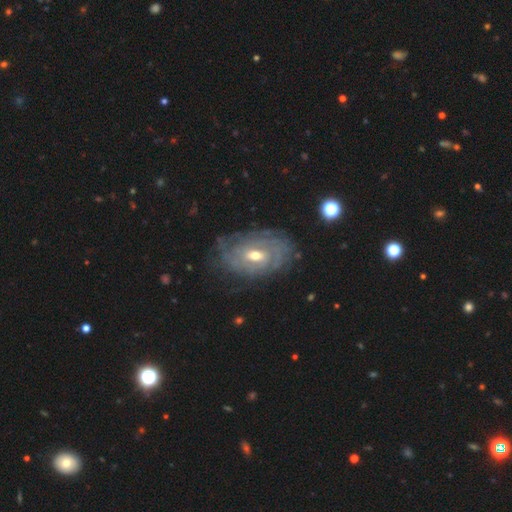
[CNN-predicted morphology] featured or disk 84%, smooth 9%, star or artifact 7%. Down the decision tree: edge-on disk — no (95%); bar — weak (49%); spiral arms — yes (92%); spiral arm count — can't tell (48%); spiral winding — tight (75%); bulge size — moderate (62%); merging — none (75%).